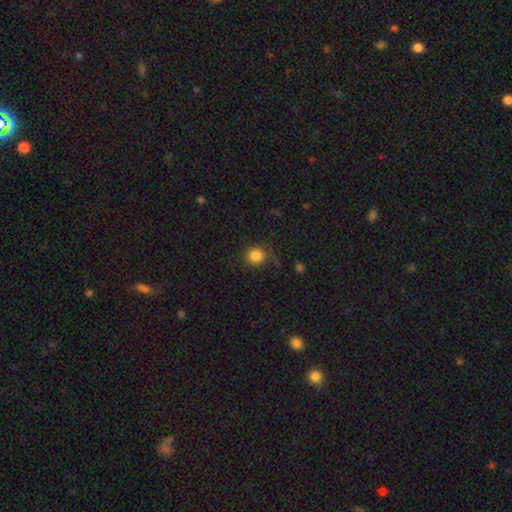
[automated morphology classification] smooth_or_featured: smooth (p=0.84) [alt: star or artifact p=0.11]
how_rounded: round (p=0.87) [alt: in between p=0.12]
merging: none (p=0.72) [alt: minor disturbance p=0.17]